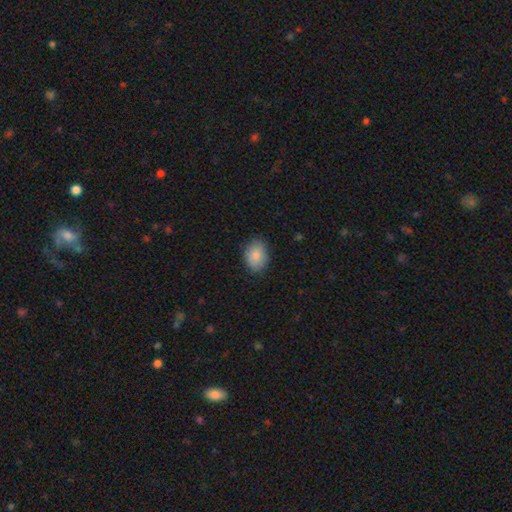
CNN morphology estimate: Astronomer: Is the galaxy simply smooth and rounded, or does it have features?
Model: smooth — 88%.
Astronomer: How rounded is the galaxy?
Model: in between — 74%.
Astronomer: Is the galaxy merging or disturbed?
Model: none — 84%.